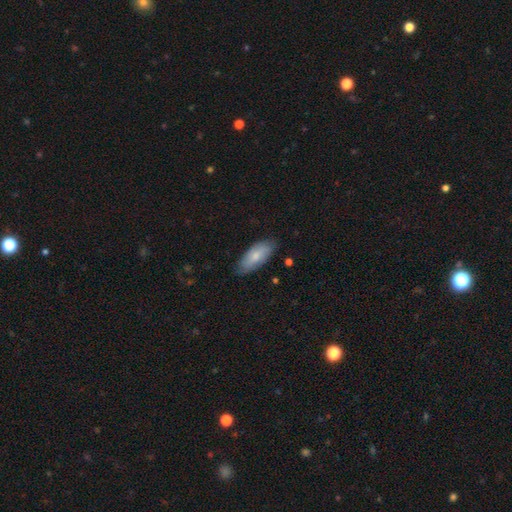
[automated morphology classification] Smooth or featured? smooth (75%)
How rounded? in between (83%)
Merging? none (79%)